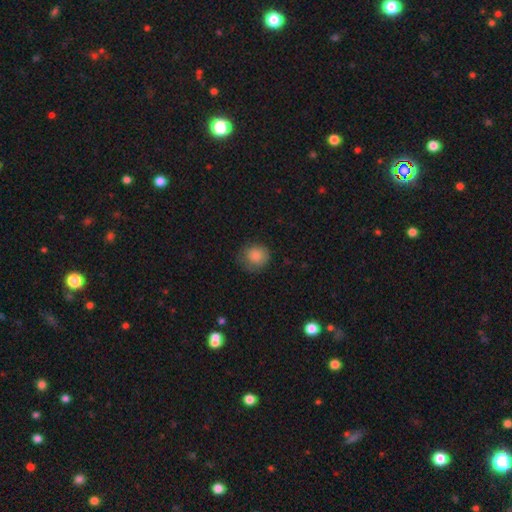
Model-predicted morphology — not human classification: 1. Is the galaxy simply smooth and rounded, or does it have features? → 85% smooth, 9% star or artifact, 6% featured or disk.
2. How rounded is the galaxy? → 84% round, 15% in between, 1% cigar-shaped.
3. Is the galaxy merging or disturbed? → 70% none, 21% minor disturbance, 7% major disturbance, 1% merger.